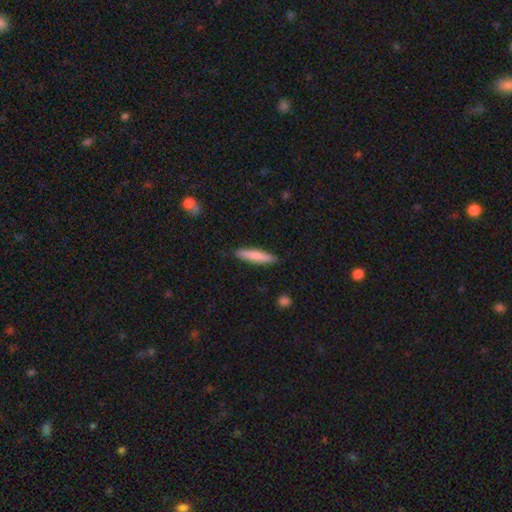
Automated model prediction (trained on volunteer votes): A smooth galaxy with no disk features (81%) that is cigar-shaped (86%). Merging: none (89%).